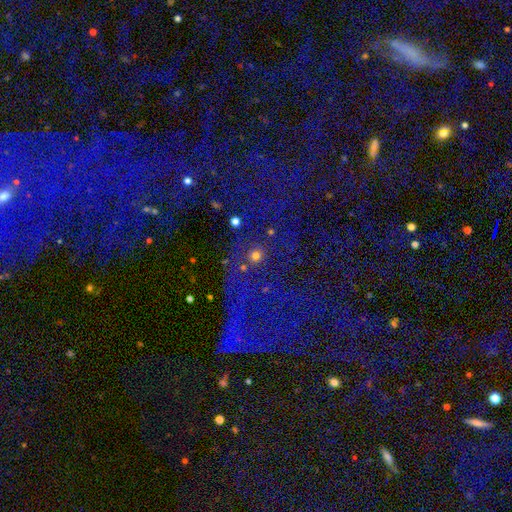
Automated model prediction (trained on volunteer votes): Smooth or featured? smooth (60%)
How rounded? round (89%)
Merging? none (72%)